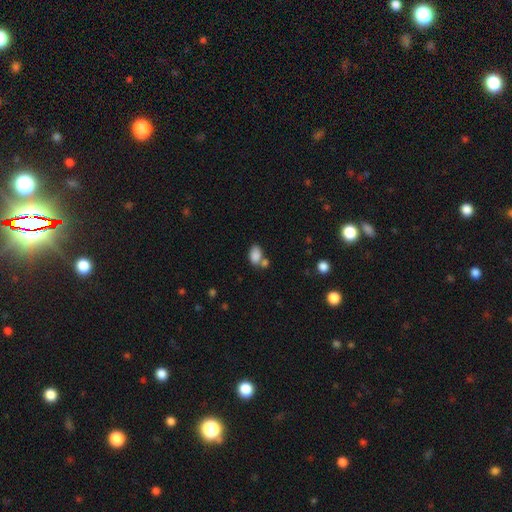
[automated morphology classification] A smooth galaxy with no disk features (84%) that is in between round and cigar-shaped (88%). Merging: none (46%).